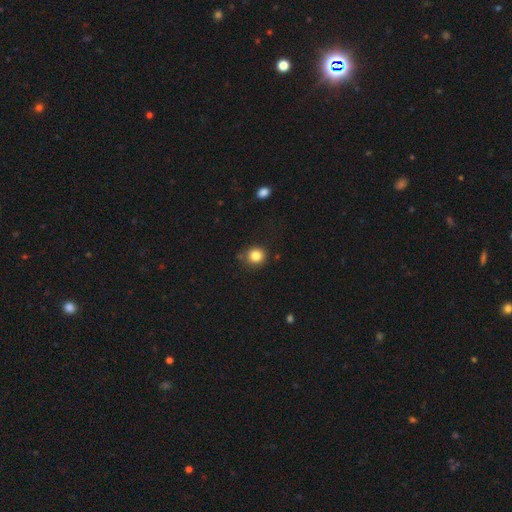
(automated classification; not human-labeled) Smooth or featured?
  - smooth: 84% *
  - star or artifact: 11%
  - featured or disk: 5%
How rounded?
  - round: 90% *
  - in between: 9%
  - cigar-shaped: 1%
Merging?
  - none: 83% *
  - minor disturbance: 11%
  - merger: 3%
  - major disturbance: 3%